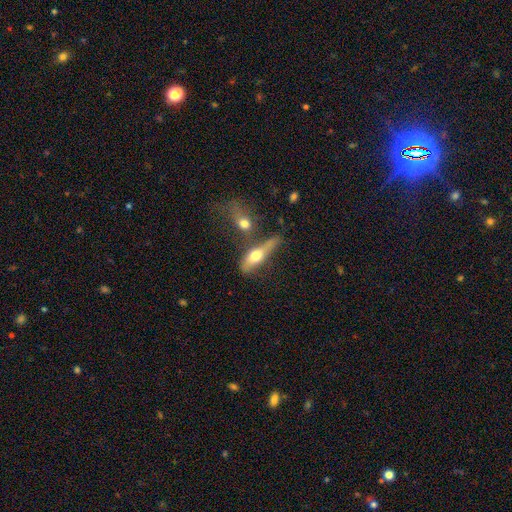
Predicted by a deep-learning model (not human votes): smooth_or_featured: smooth (p=0.55) [alt: featured or disk p=0.37]
how_rounded: in between (p=0.48) [alt: cigar-shaped p=0.45]
merging: merger (p=0.36) [alt: none p=0.34]